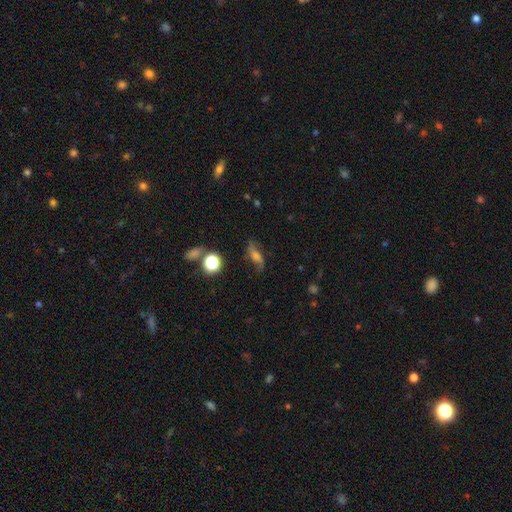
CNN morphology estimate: Smooth or featured: featured or disk — 56% (smooth — 29%)
Edge-on disk: no — 84% (yes — 16%)
Merging: none — 72% (minor disturbance — 17%)